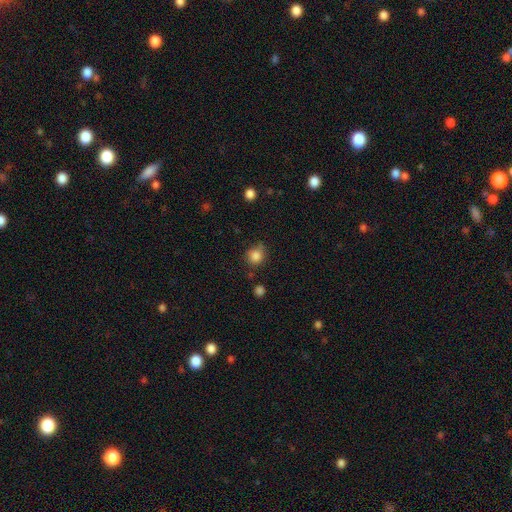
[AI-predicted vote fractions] smooth-or-featured: smooth: 84% | star or artifact: 11% | featured or disk: 5%
  how-rounded: round: 87% | in between: 12% | cigar-shaped: 1%
  merging: none: 69% | minor disturbance: 21% | merger: 5% | major disturbance: 5%